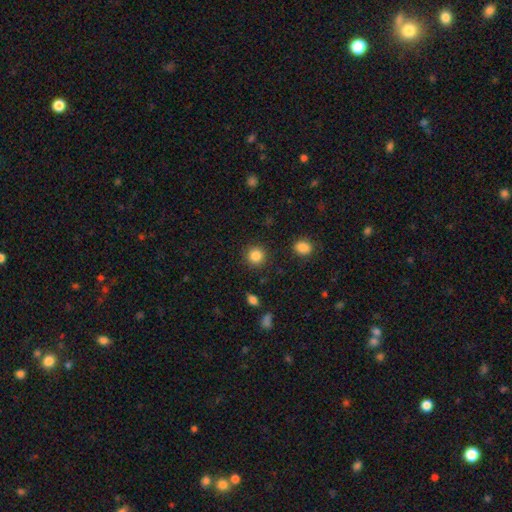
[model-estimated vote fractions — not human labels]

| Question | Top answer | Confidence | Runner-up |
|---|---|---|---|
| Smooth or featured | smooth | 85% | star or artifact (10%) |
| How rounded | round | 93% | in between (7%) |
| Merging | none | 90% | minor disturbance (6%) |